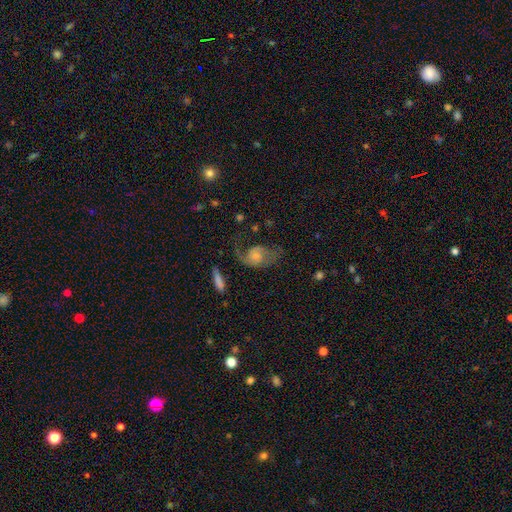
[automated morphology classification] A featured or disk galaxy (70%) with no bar (65%), 2 (68%) loose (44%) spiral arms (90%) and a small central bulge (38%).

Vote fractions:
- Smooth or featured? featured or disk: 70% / smooth: 23% / star or artifact: 8%
- Edge-on disk? no: 97% / yes: 3%
- Bar? no: 65% / weak: 30% / strong: 5%
- Spiral arms? yes: 90% / no: 10%
- Spiral winding? loose: 44% / medium: 41% / tight: 15%
- Spiral arm count? 2: 68% / 1: 22% / can't tell: 6% / 3: 1% / 4: 1% / more than 4: 1%
- Bulge size? small: 38% / moderate: 33% / none: 17% / large: 10% / dominant: 2%
- Merging? none: 44% / major disturbance: 32% / minor disturbance: 21% / merger: 3%